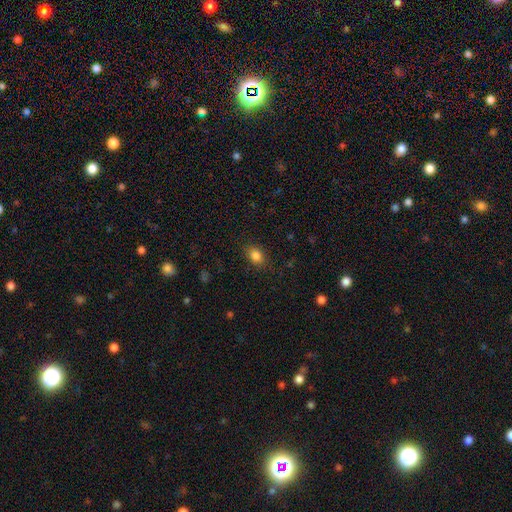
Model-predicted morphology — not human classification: The model was most divided on "how rounded": in between: 70%, round: 28%, cigar-shaped: 2%. More confident: merging — none (84%); smooth or featured — smooth (84%).